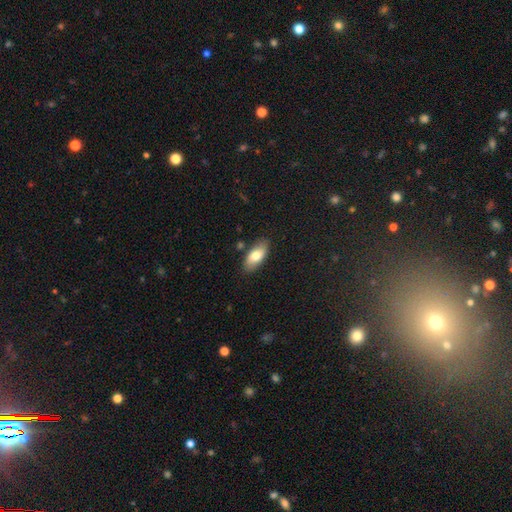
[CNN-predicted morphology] smooth 75%, featured or disk 19%, star or artifact 6%. Down the decision tree: how rounded — in between (89%); merging — none (83%).